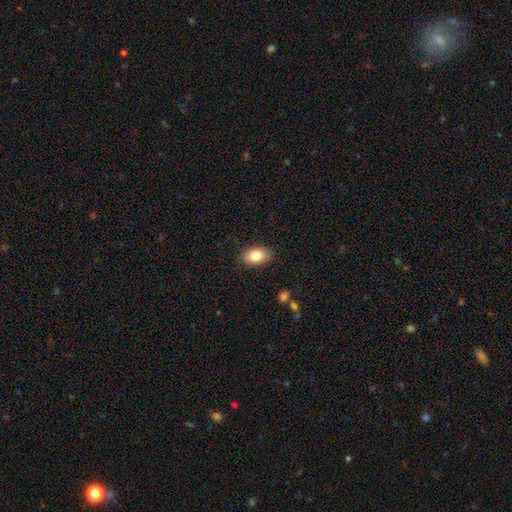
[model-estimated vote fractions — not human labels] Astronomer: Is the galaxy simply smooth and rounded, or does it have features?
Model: smooth — 84%.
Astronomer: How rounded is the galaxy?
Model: in between — 89%.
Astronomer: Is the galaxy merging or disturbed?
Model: none — 86%.